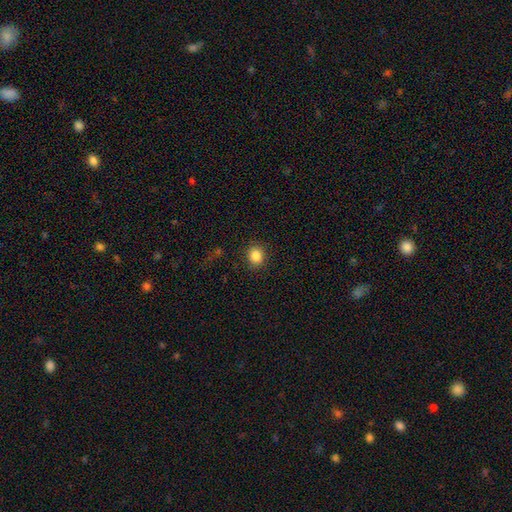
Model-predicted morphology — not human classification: Overall: smooth (85%). How rounded: round (76%). Merging: none (88%).